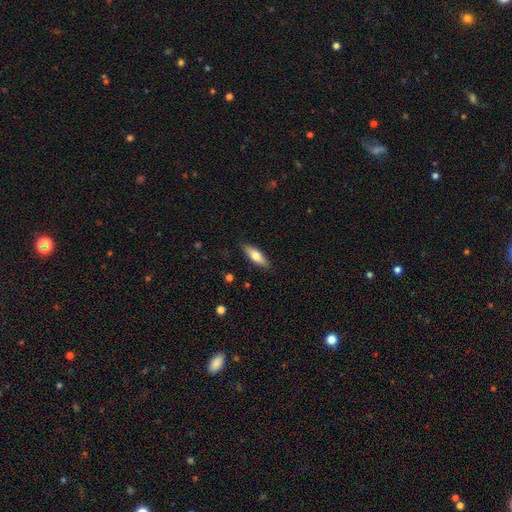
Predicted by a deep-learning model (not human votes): Smooth or featured?
  - smooth: 68% *
  - featured or disk: 26%
  - star or artifact: 6%
How rounded?
  - in between: 51% *
  - cigar-shaped: 46%
  - round: 2%
Merging?
  - none: 87% *
  - minor disturbance: 10%
  - major disturbance: 2%
  - merger: 1%